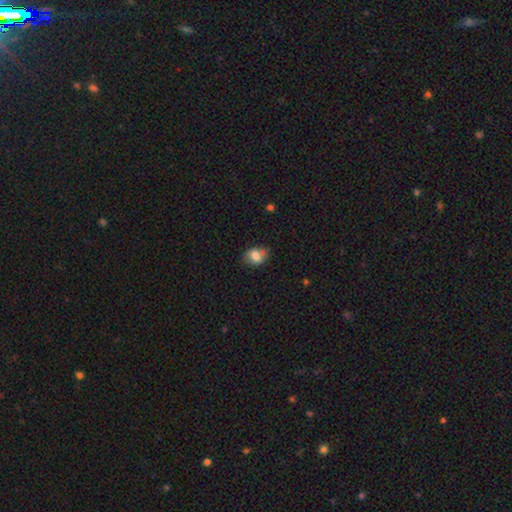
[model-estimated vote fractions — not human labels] smooth_or_featured: smooth (p=0.74) [alt: featured or disk p=0.17]
how_rounded: in between (p=0.62) [alt: round p=0.37]
merging: none (p=0.58) [alt: minor disturbance p=0.23]